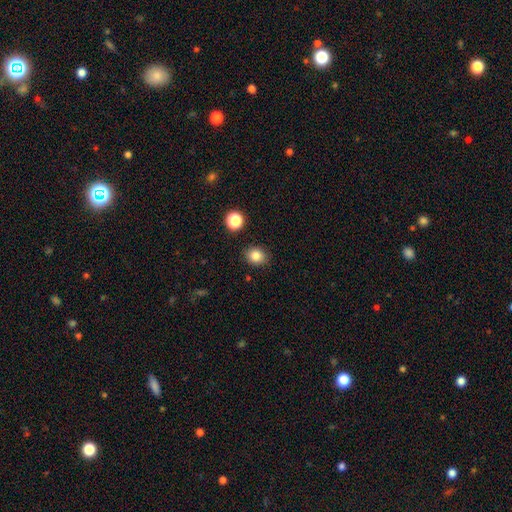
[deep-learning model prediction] Q: Smooth or featured?
A: smooth (83%); runner-up: star or artifact (11%)
Q: How rounded?
A: round (63%); runner-up: in between (36%)
Q: Merging?
A: none (87%); runner-up: minor disturbance (8%)